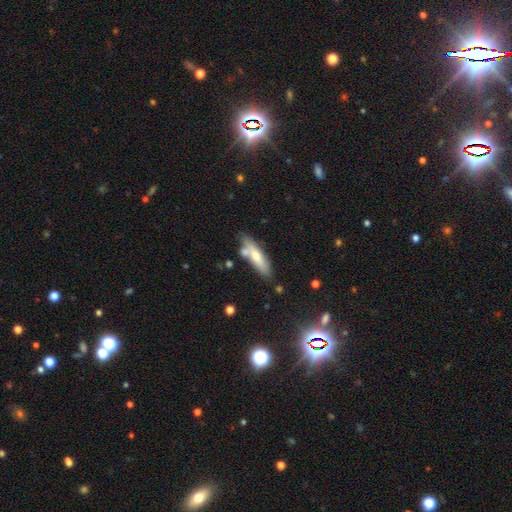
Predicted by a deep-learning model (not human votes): Smooth or featured: smooth — 58% (featured or disk — 35%)
How rounded: cigar-shaped — 62% (in between — 36%)
Merging: none — 62% (minor disturbance — 18%)